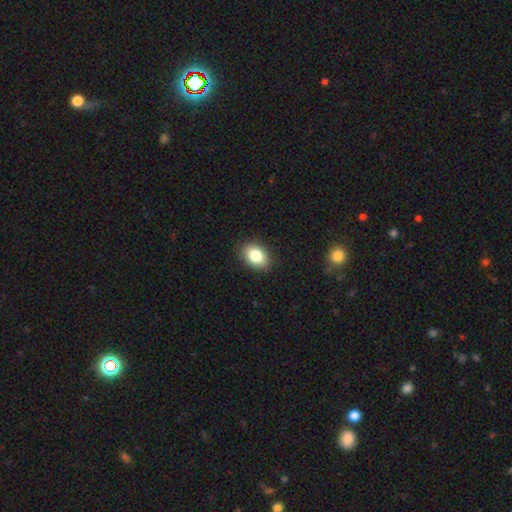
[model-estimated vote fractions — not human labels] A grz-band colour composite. It shows a smooth galaxy with no disk features (83%) that is in between round and cigar-shaped (78%). Merging: none (88%).